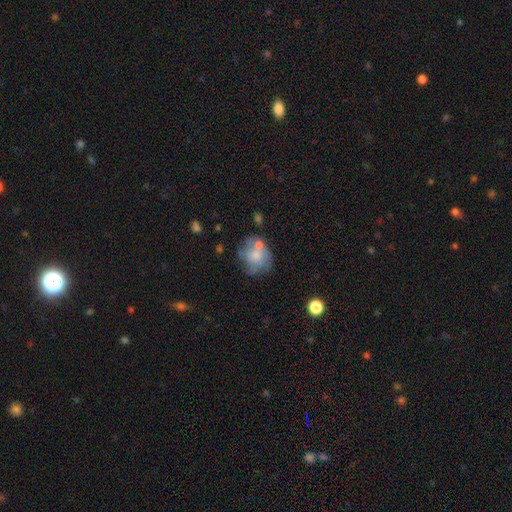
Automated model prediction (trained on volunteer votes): Smooth or featured: smooth — 50% (featured or disk — 42%)
Merging: none — 45% (minor disturbance — 22%)